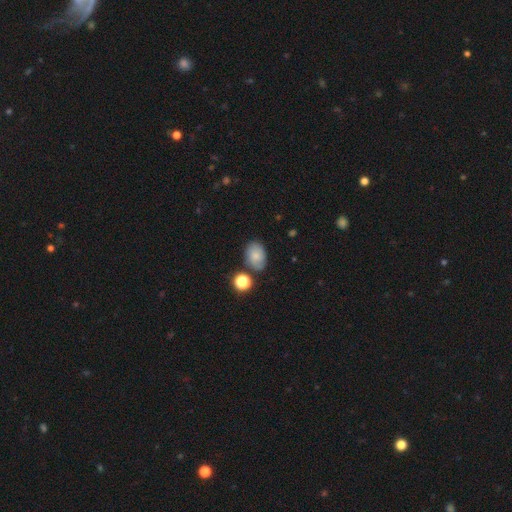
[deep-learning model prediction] Smooth or featured: smooth — 69% (featured or disk — 20%)
How rounded: in between — 77% (round — 22%)
Merging: none — 67% (minor disturbance — 20%)